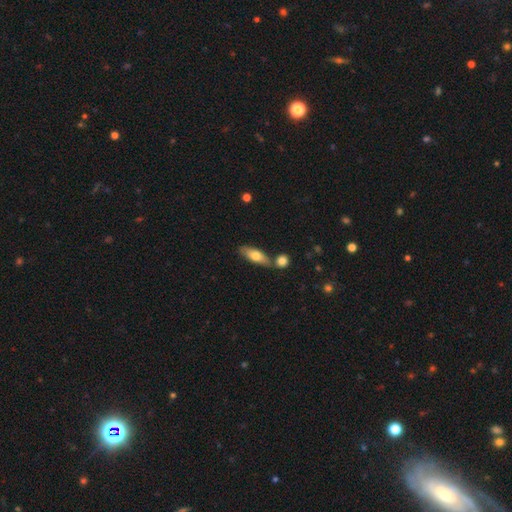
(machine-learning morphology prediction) Smooth or featured: smooth — 66% (featured or disk — 29%)
How rounded: in between — 65% (cigar-shaped — 32%)
Merging: none — 64% (merger — 20%)